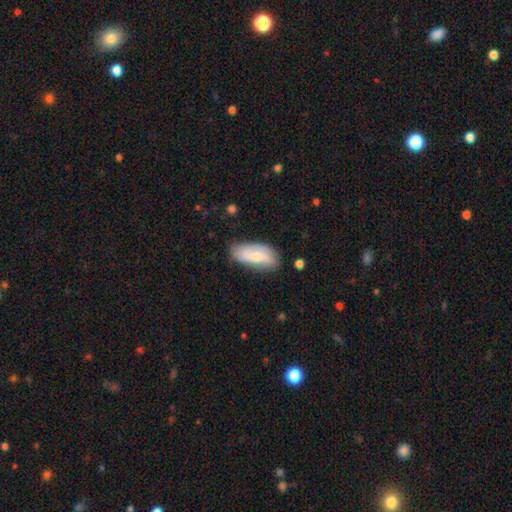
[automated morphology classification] This appears to be a smooth galaxy with no disk features (52%) that is in between round and cigar-shaped (81%). Merging: none (72%).